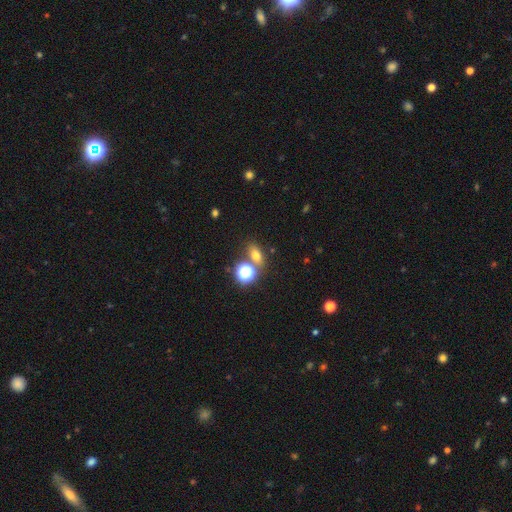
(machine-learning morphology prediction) smooth_or_featured: smooth (p=0.66) [alt: star or artifact p=0.24]
how_rounded: in between (p=0.63) [alt: round p=0.33]
merging: none (p=0.71) [alt: merger p=0.16]